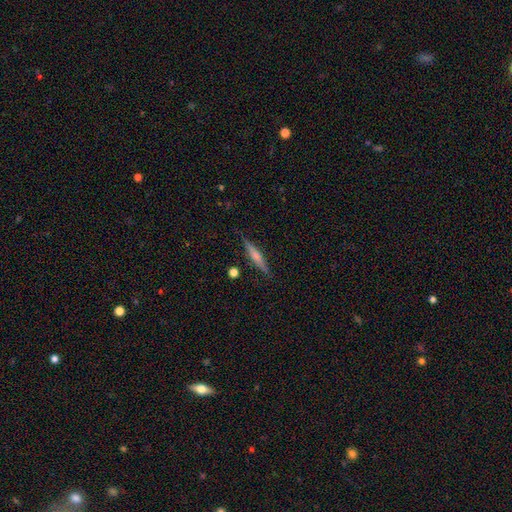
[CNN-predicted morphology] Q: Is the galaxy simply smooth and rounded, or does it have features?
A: featured or disk — 55%.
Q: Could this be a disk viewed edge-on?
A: yes — 97%.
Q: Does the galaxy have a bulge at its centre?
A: rounded — 61%.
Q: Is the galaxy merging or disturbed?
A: none — 87%.